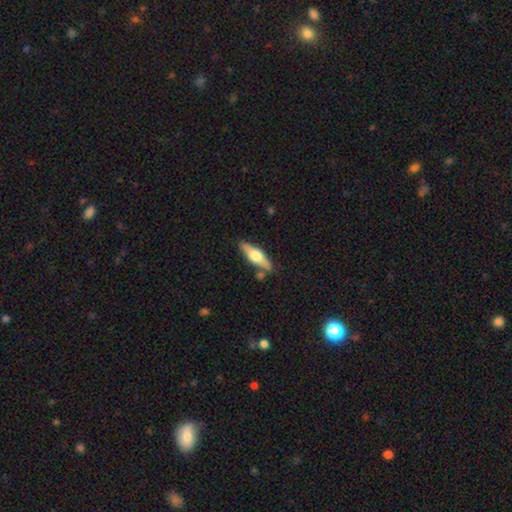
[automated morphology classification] The model was most divided on "smooth or featured": featured or disk: 50%, smooth: 44%, star or artifact: 6%. More confident: merging — none (81%).